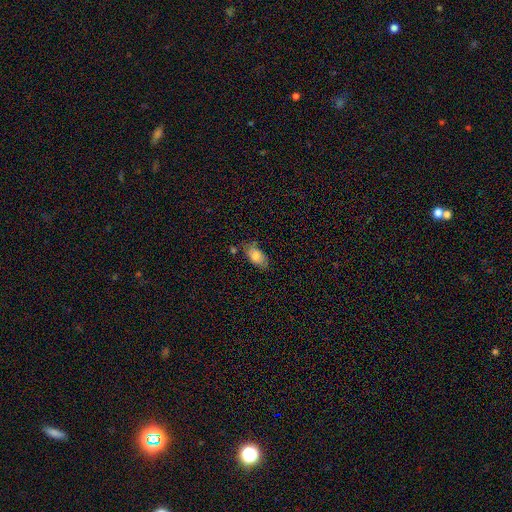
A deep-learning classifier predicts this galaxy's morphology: A smooth galaxy with no disk features (81%) that is in between round and cigar-shaped (92%).

Vote fractions:
- Smooth or featured? smooth: 81% / featured or disk: 12% / star or artifact: 7%
- How rounded? in between: 92% / cigar-shaped: 5% / round: 3%
- Merging? none: 70% / minor disturbance: 20% / merger: 5% / major disturbance: 5%